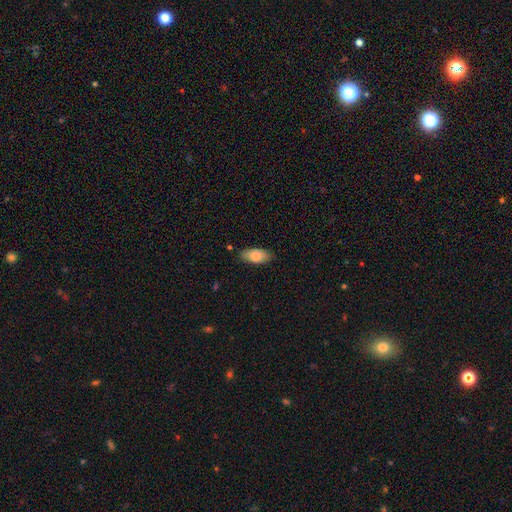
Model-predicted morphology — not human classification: Smooth or featured?
  - smooth: 83% *
  - featured or disk: 11%
  - star or artifact: 6%
How rounded?
  - in between: 90% *
  - cigar-shaped: 7%
  - round: 3%
Merging?
  - none: 82% *
  - minor disturbance: 14%
  - major disturbance: 3%
  - merger: 1%